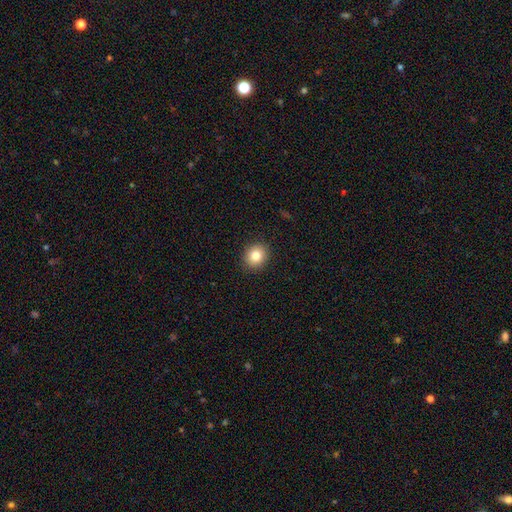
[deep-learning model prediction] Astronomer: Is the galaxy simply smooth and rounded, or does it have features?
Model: smooth — 82%.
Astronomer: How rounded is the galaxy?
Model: round — 75%.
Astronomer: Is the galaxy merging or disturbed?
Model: none — 90%.